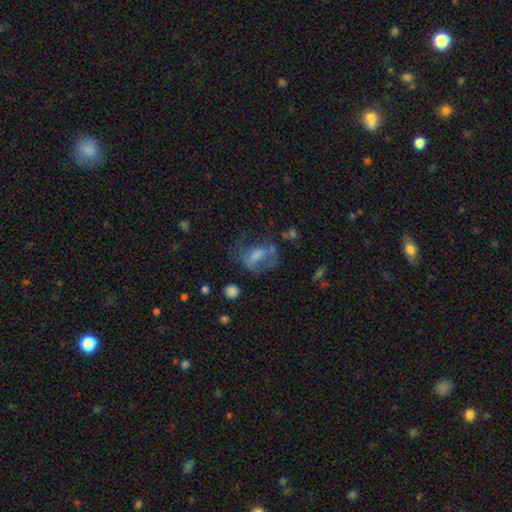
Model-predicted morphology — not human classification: smooth-or-featured: featured or disk: 45% | smooth: 41% | star or artifact: 14%
  merging: none: 37% | major disturbance: 36% | minor disturbance: 21% | merger: 6%